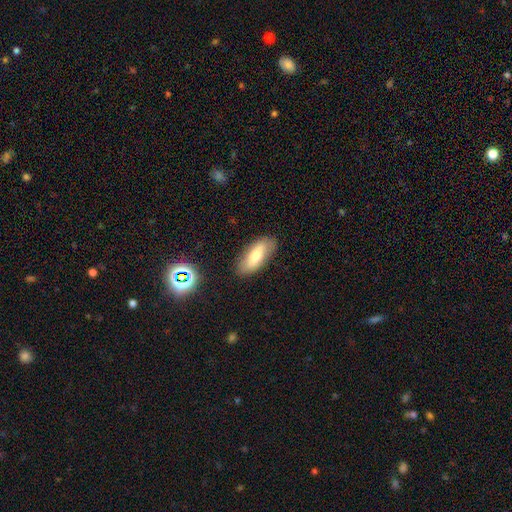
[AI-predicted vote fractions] Q: Smooth or featured?
A: smooth (65%); runner-up: featured or disk (27%)
Q: How rounded?
A: in between (77%); runner-up: cigar-shaped (20%)
Q: Merging?
A: none (83%); runner-up: minor disturbance (12%)